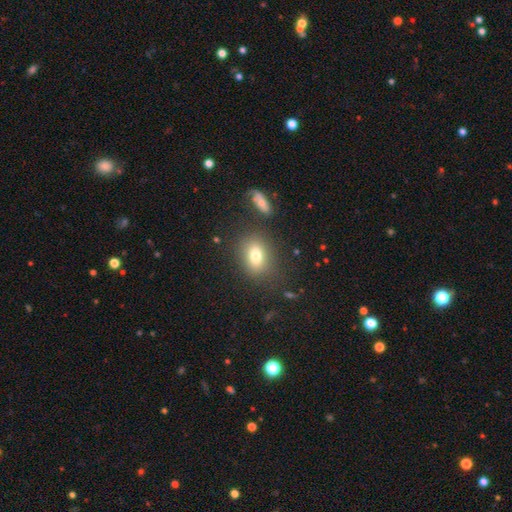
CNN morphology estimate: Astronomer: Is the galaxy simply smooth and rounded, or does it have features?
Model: smooth — 78%.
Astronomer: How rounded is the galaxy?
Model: in between — 68%.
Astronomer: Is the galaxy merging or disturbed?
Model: none — 79%.